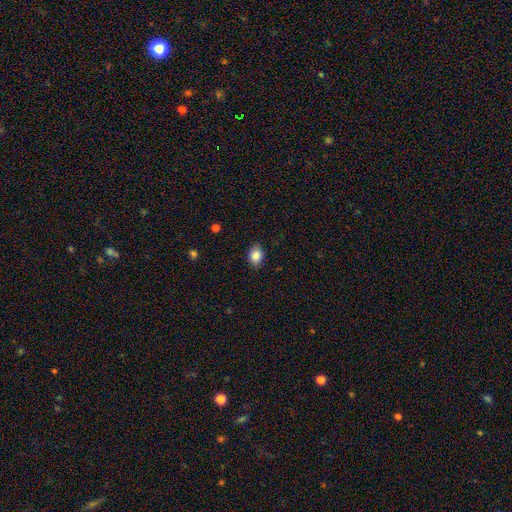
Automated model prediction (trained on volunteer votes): Smooth or featured? smooth (86%)
How rounded? in between (63%)
Merging? none (83%)